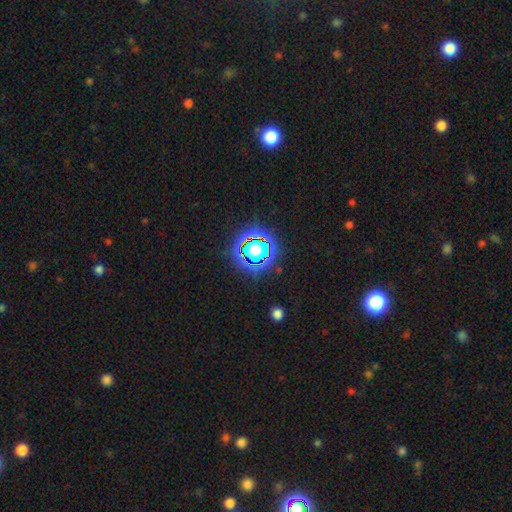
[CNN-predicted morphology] This appears to be a star or artifact, not a galaxy (82%).